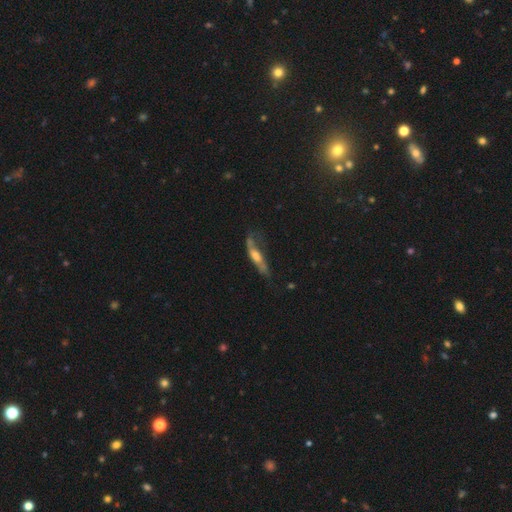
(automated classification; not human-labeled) Overall: featured or disk (58%; smooth 33%). Edge-on disk: yes (53%; no 47%). Merging: none (44%; minor disturbance 26%).